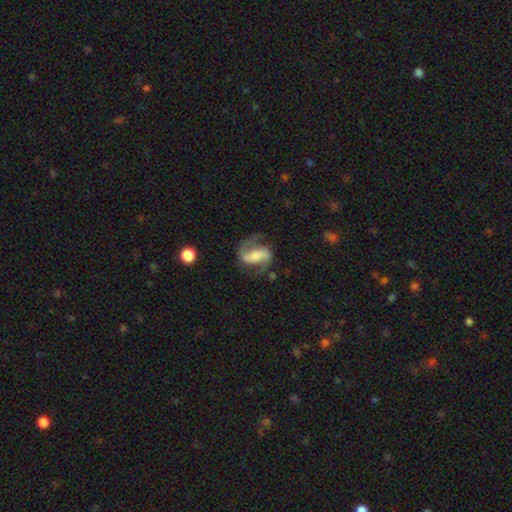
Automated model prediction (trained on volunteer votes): This appears to be a featured or disk galaxy (82%) with a strong bar (53%), 2 (92%) medium (47%) spiral arms (95%) and a small central bulge (39%, tied with moderate). Merging: none (72%).